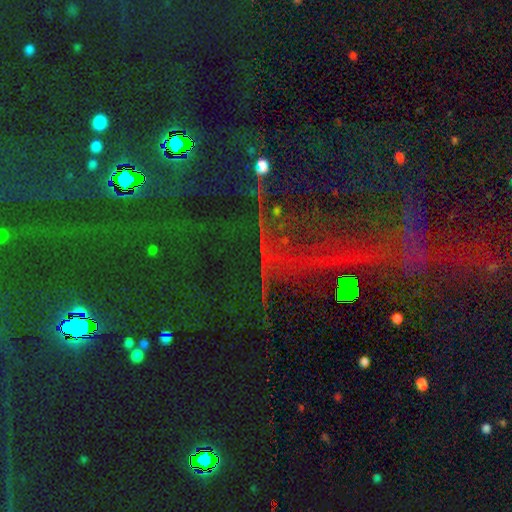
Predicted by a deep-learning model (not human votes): This is clearly a star or artifact rather than a galaxy (84%).